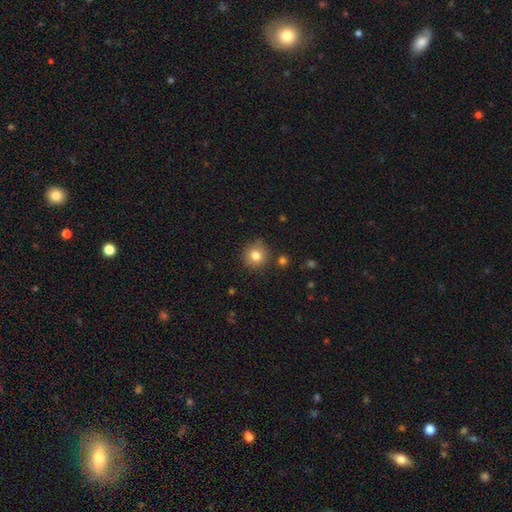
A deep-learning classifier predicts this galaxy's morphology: smooth_or_featured: smooth (p=0.80) [alt: star or artifact p=0.11]
how_rounded: round (p=0.93) [alt: in between p=0.06]
merging: none (p=0.86) [alt: minor disturbance p=0.09]